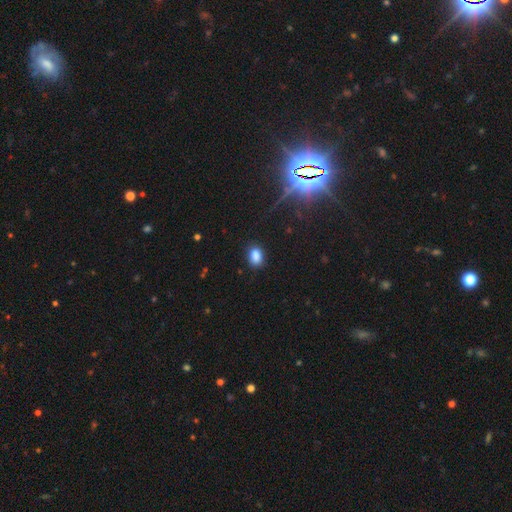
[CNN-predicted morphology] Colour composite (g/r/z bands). It shows a smooth galaxy with no disk features (84%) that is in between round and cigar-shaped (77%). Merging: none (84%).